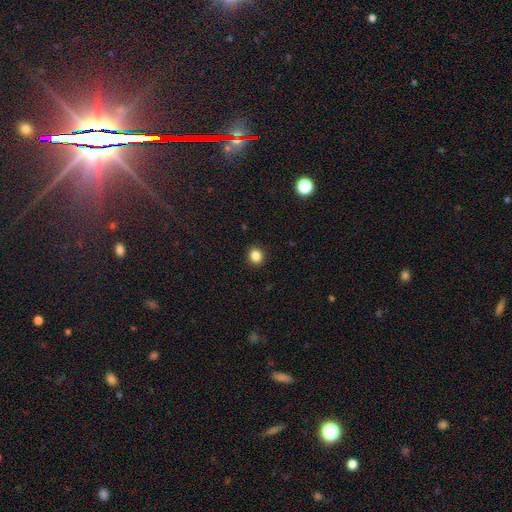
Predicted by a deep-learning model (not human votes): Morphology: type=smooth (86%); roundness=round (74%); merging=none (91%).